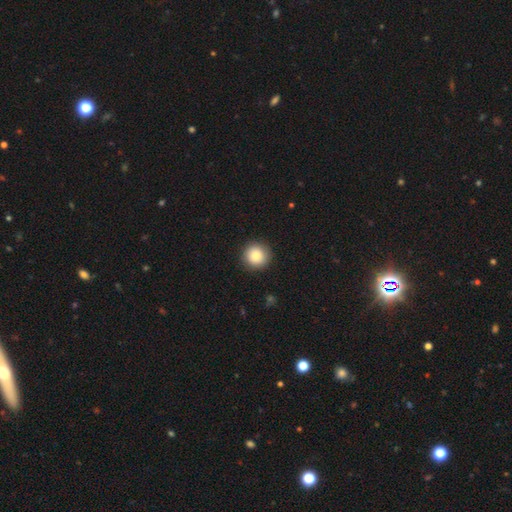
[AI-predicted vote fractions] A smooth galaxy with no disk features (84%) that is round (95%).

Vote fractions:
- Smooth or featured? smooth: 84% / star or artifact: 9% / featured or disk: 7%
- How rounded? round: 95% / in between: 4% / cigar-shaped: 1%
- Merging? none: 90% / minor disturbance: 7% / major disturbance: 2% / merger: 1%